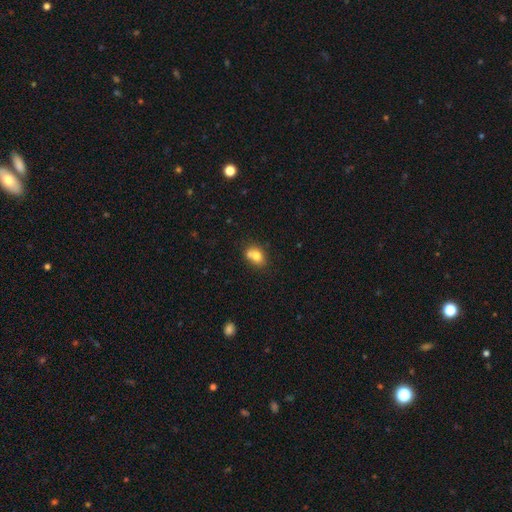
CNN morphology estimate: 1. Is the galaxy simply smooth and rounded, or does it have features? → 74% smooth, 16% featured or disk, 10% star or artifact.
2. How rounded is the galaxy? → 56% in between, 43% round, 1% cigar-shaped.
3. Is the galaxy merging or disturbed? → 46% none, 35% merger, 15% minor disturbance, 4% major disturbance.